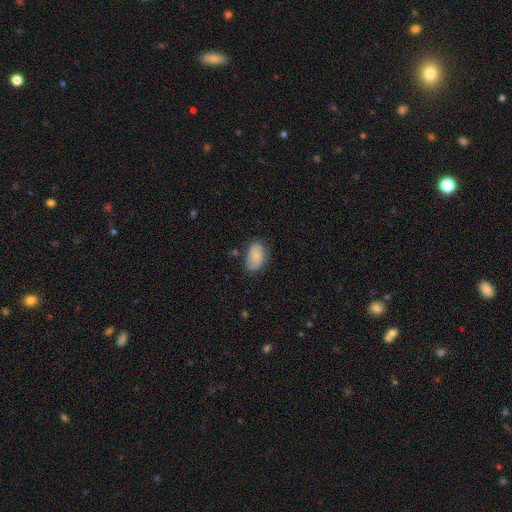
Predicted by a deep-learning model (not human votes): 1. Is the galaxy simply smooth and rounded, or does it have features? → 72% smooth, 21% featured or disk, 8% star or artifact.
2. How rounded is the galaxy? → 89% in between, 9% round, 1% cigar-shaped.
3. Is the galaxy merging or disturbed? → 63% none, 26% minor disturbance, 8% major disturbance, 3% merger.